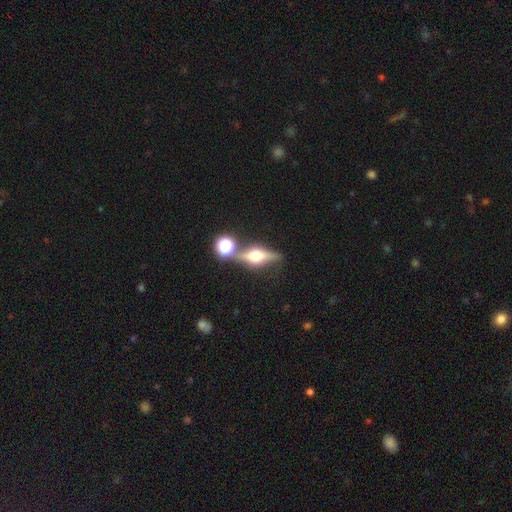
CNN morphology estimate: This appears to be a featured or disk galaxy (69%) viewed edge-on (90%) with a rounded central bulge (96%). Merging: none (73%).